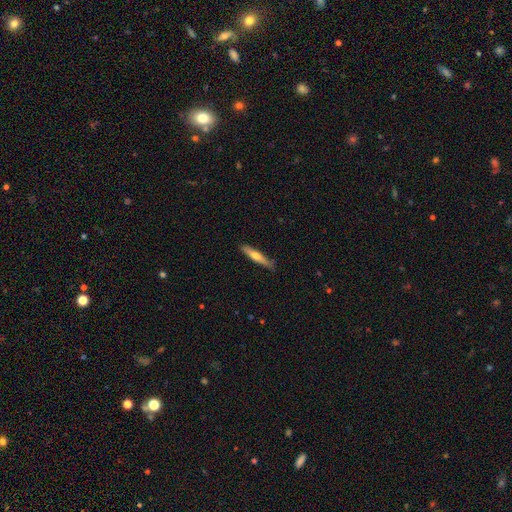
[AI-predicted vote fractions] Overall: smooth (54%; featured or disk 41%). How rounded: cigar-shaped (90%). Merging: none (85%).